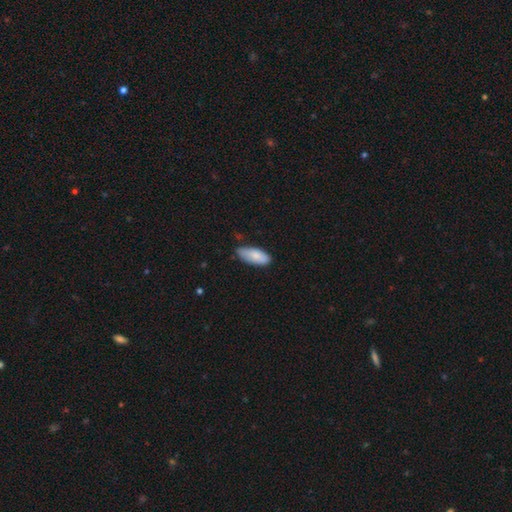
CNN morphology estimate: Q: Smooth or featured?
A: smooth (81%); runner-up: featured or disk (13%)
Q: How rounded?
A: in between (83%); runner-up: cigar-shaped (15%)
Q: Merging?
A: none (69%); runner-up: minor disturbance (26%)